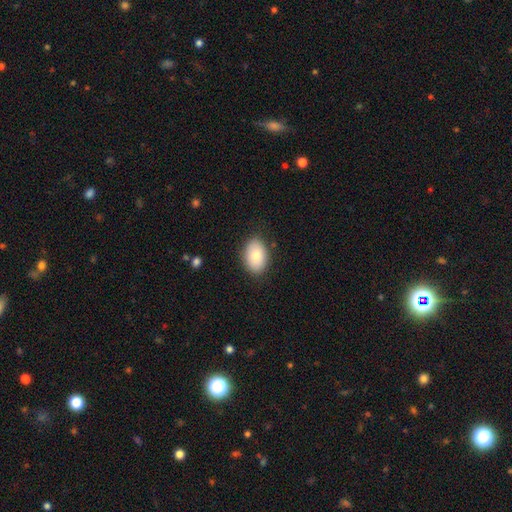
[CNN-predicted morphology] The model was most divided on "how rounded": in between: 83%, round: 16%, cigar-shaped: 1%. More confident: merging — none (84%); smooth or featured — smooth (81%).